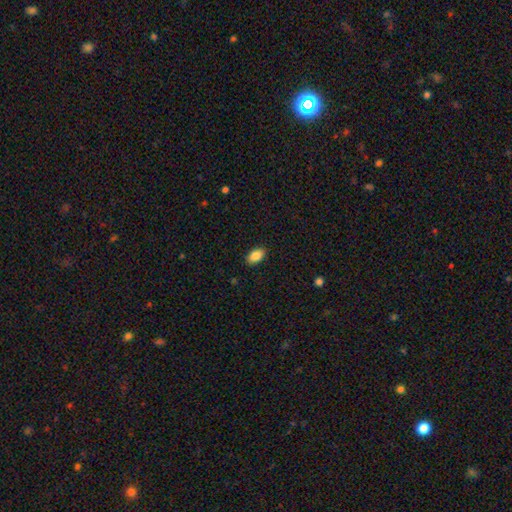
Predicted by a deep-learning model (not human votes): smooth-or-featured: smooth: 87% | star or artifact: 8% | featured or disk: 5%
  how-rounded: in between: 92% | round: 7% | cigar-shaped: 2%
  merging: none: 89% | minor disturbance: 8% | major disturbance: 2% | merger: 1%